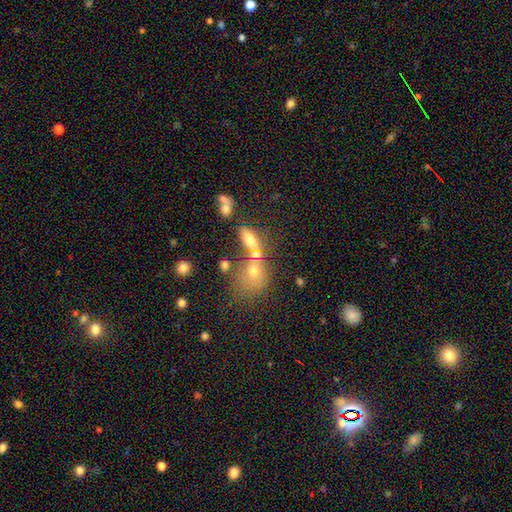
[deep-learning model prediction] A smooth galaxy with no disk features (66%) that is in between round and cigar-shaped (61%).

Vote fractions:
- Smooth or featured? smooth: 66% / featured or disk: 19% / star or artifact: 15%
- How rounded? in between: 61% / round: 33% / cigar-shaped: 6%
- Merging? merger: 40% / none: 38% / minor disturbance: 13% / major disturbance: 9%